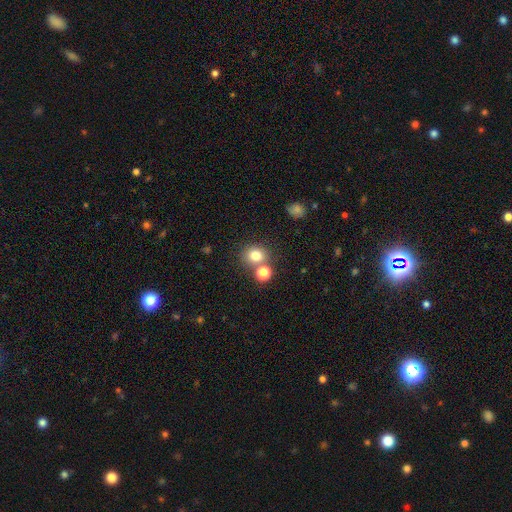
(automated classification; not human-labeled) smooth_or_featured: smooth (p=0.77) [alt: star or artifact p=0.14]
how_rounded: round (p=0.80) [alt: in between p=0.19]
merging: none (p=0.64) [alt: merger p=0.24]